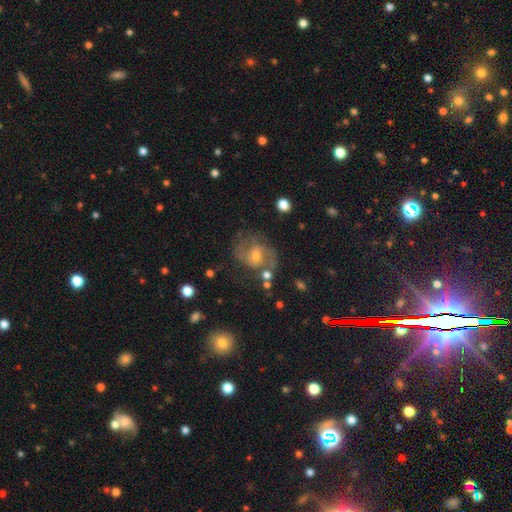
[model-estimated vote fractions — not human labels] This is likely a featured or disk galaxy (73%). It is clearly not viewed edge-on (97%). Bar: possibly no (48%). Spiral arm pattern: clearly yes (88%). Spiral arm count: likely 2 (70%). Spiral winding: possibly medium (52%). Central bulge: possibly small (49%). Merging: likely none (60%).